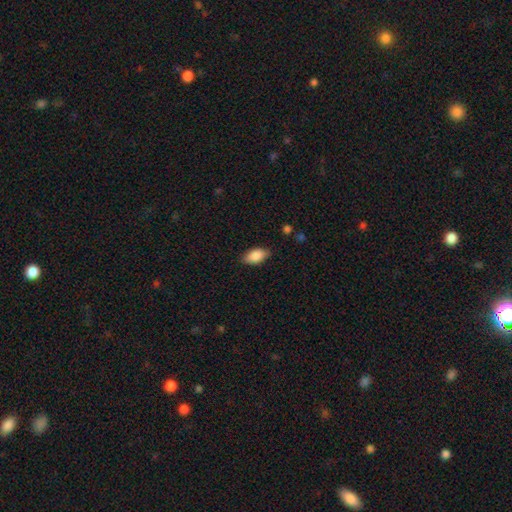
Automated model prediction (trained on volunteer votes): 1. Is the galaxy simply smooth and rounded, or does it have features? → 87% smooth, 7% star or artifact, 6% featured or disk.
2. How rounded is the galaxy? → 92% in between, 4% cigar-shaped, 4% round.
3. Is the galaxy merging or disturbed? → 83% none, 13% minor disturbance, 3% major disturbance, 1% merger.